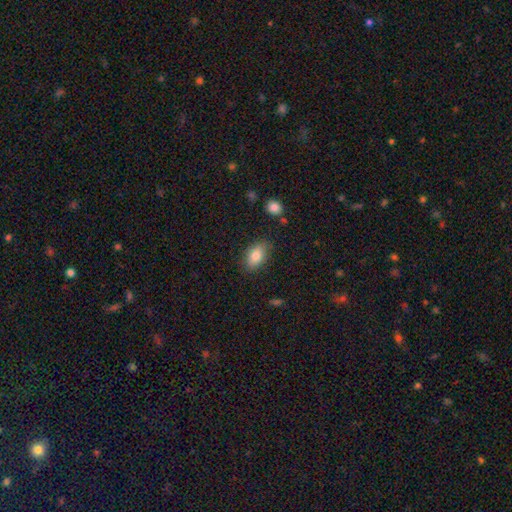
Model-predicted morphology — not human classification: smooth 83%, featured or disk 9%, star or artifact 8%. Down the decision tree: how rounded — in between (89%); merging — none (82%).